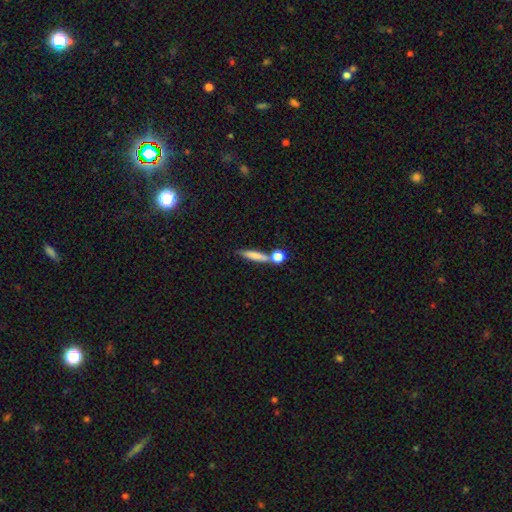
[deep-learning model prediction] smooth 75%, featured or disk 16%, star or artifact 9%. Down the decision tree: how rounded — cigar-shaped (72%); merging — none (62%).